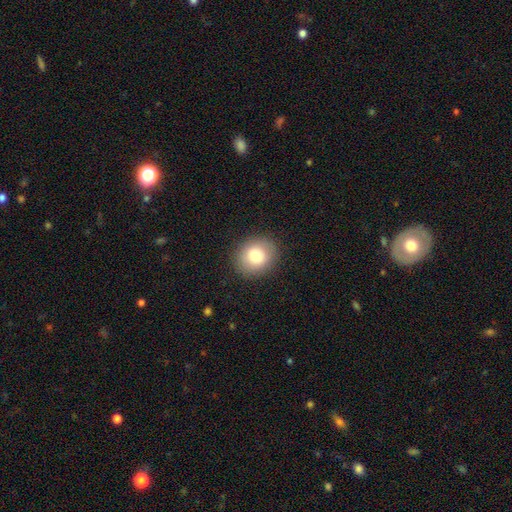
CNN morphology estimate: Overall: smooth (79%). How rounded: round (75%). Merging: none (89%).